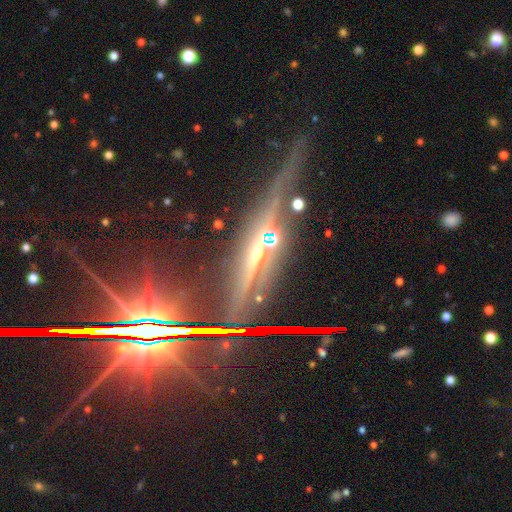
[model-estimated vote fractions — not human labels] smooth-or-featured: featured or disk: 64% | star or artifact: 25% | smooth: 11%
  disk-edge-on: yes: 85% | no: 15%
    edge-on-bulge: rounded: 73% | none: 16% | boxy: 11%
  merging: none: 66% | minor disturbance: 15% | merger: 10% | major disturbance: 9%